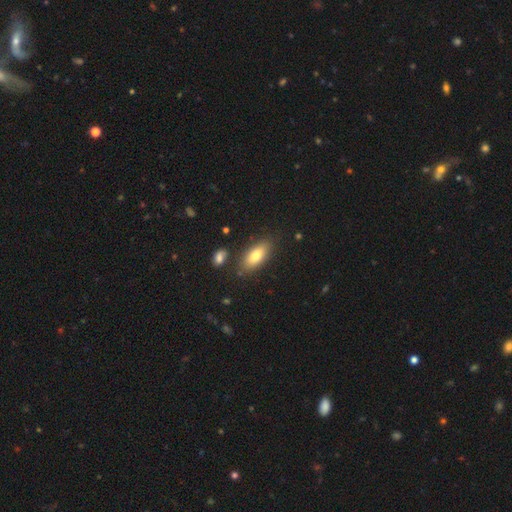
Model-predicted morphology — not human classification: This is likely a smooth galaxy (78%). How rounded: clearly in between (84%). Merging: clearly none (82%).